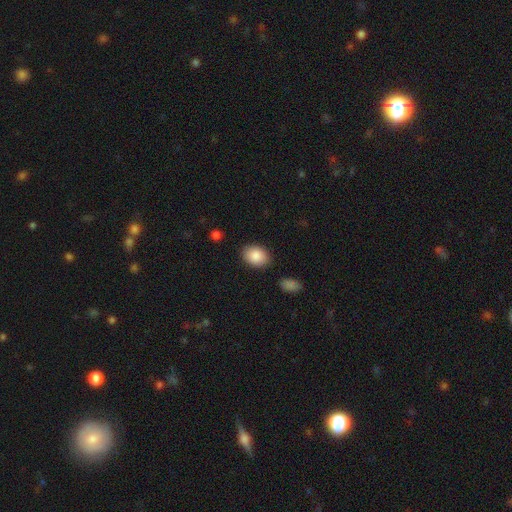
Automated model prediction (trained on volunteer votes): Smooth or featured: smooth — 88% (star or artifact — 7%)
How rounded: in between — 75% (round — 24%)
Merging: none — 85% (minor disturbance — 10%)